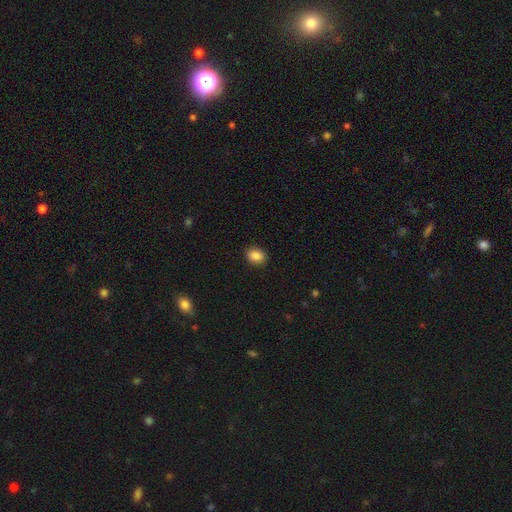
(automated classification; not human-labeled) Smooth or featured? smooth (87%)
How rounded? in between (64%)
Merging? none (90%)